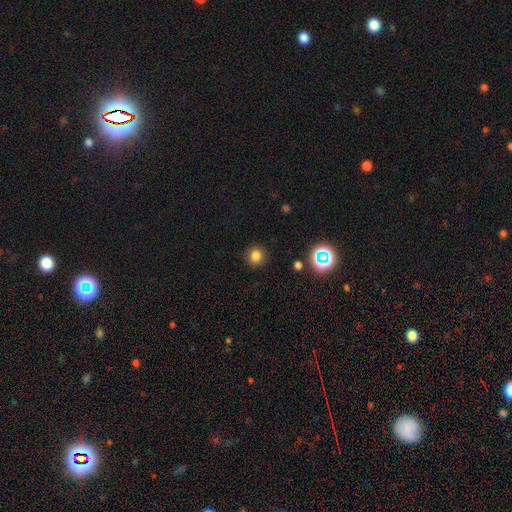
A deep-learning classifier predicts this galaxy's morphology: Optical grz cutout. It shows a smooth galaxy with no disk features (80%) that is round (86%). Merging: none (89%).